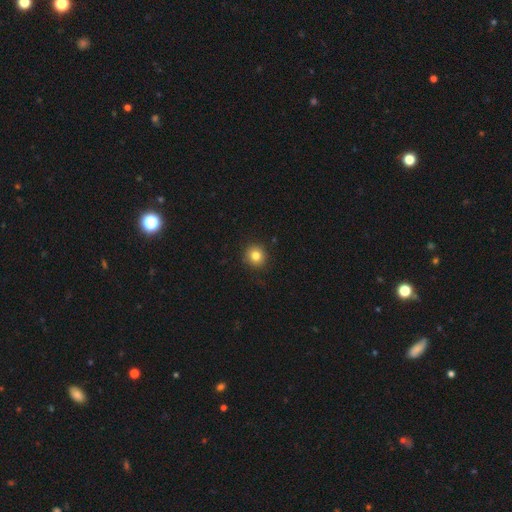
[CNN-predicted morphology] The model was most divided on "smooth or featured": smooth: 82%, star or artifact: 11%, featured or disk: 7%. More confident: how rounded — round (93%); merging — none (91%).